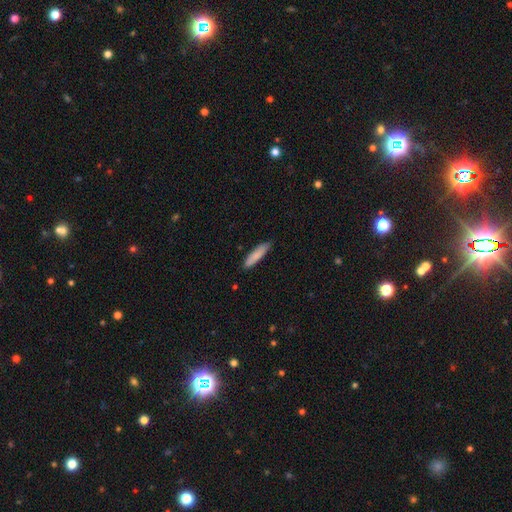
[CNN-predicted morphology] The model was most divided on "how rounded": cigar-shaped: 80%, in between: 19%, round: 1%. More confident: merging — none (85%); smooth or featured — smooth (84%).